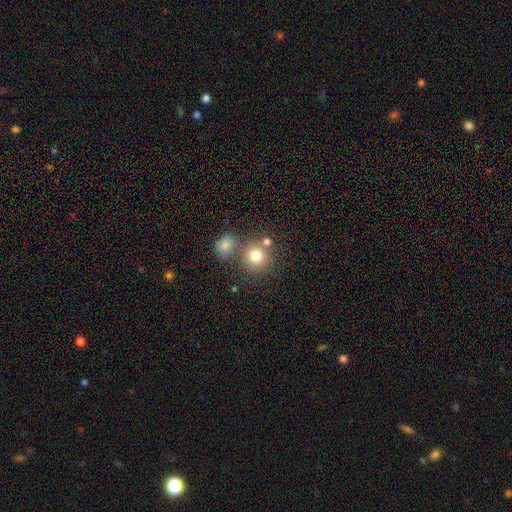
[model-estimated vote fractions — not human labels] Q: Smooth or featured?
A: smooth (78%); runner-up: star or artifact (13%)
Q: How rounded?
A: round (90%); runner-up: in between (9%)
Q: Merging?
A: none (66%); runner-up: merger (22%)